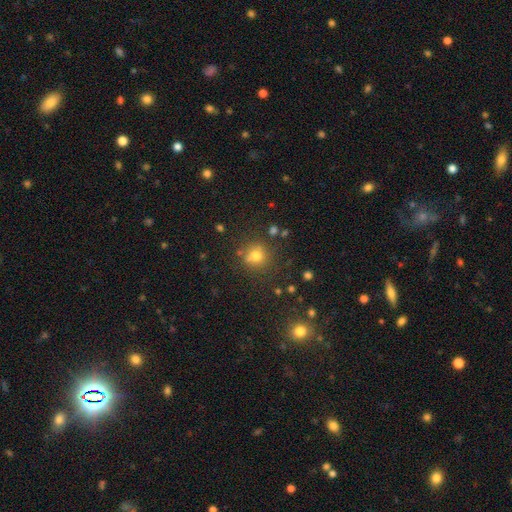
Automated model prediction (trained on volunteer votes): Smooth or featured?
  - smooth: 74% *
  - star or artifact: 17%
  - featured or disk: 9%
How rounded?
  - round: 87% *
  - in between: 12%
  - cigar-shaped: 1%
Merging?
  - none: 73% *
  - minor disturbance: 13%
  - merger: 10%
  - major disturbance: 4%